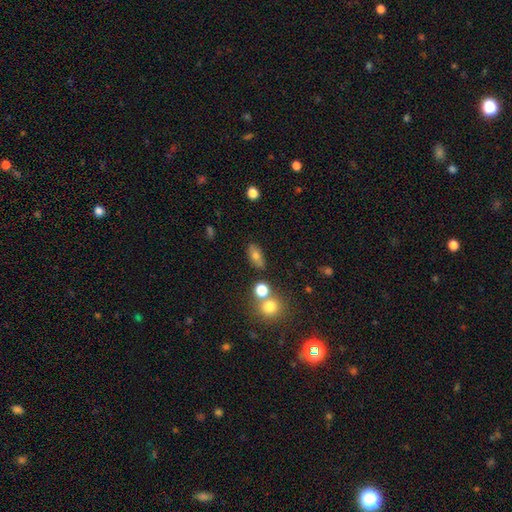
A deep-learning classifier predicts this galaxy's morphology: Overall: smooth (70%). How rounded: in between (78%). Merging: none (76%).